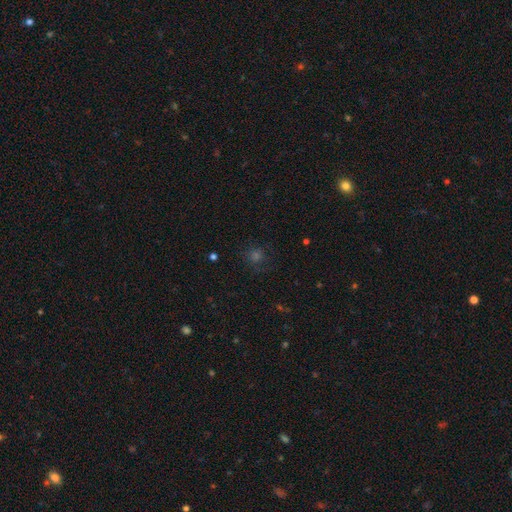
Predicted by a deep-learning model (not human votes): Q: Smooth or featured?
A: smooth (49%); runner-up: star or artifact (39%)
Q: Merging?
A: none (81%); runner-up: minor disturbance (11%)